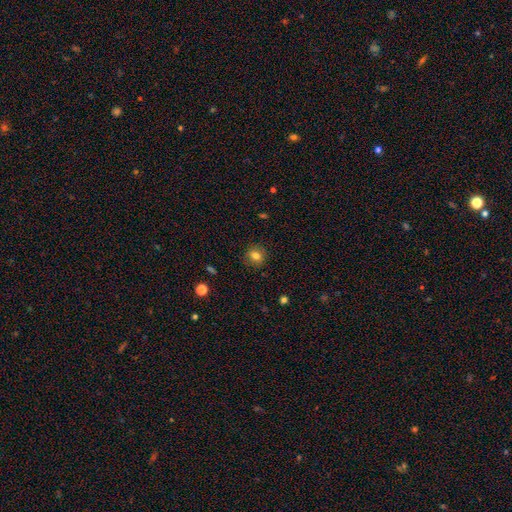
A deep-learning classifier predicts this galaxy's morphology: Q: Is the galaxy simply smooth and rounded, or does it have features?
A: smooth — 80%.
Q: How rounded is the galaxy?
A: round — 78%.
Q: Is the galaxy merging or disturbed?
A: none — 87%.